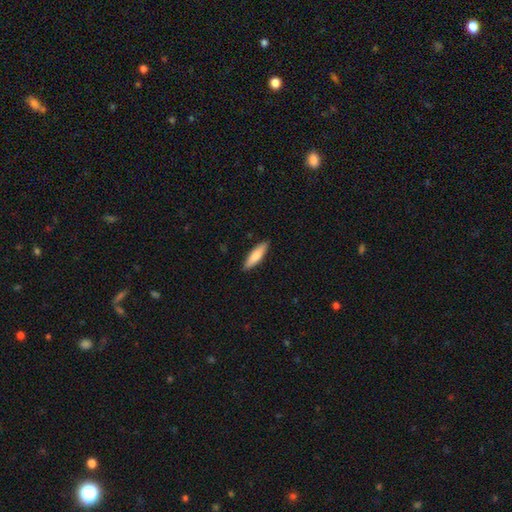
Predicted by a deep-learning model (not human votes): The model was most divided on "how rounded": cigar-shaped: 65%, in between: 34%, round: 2%. More confident: merging — none (89%); smooth or featured — smooth (76%).